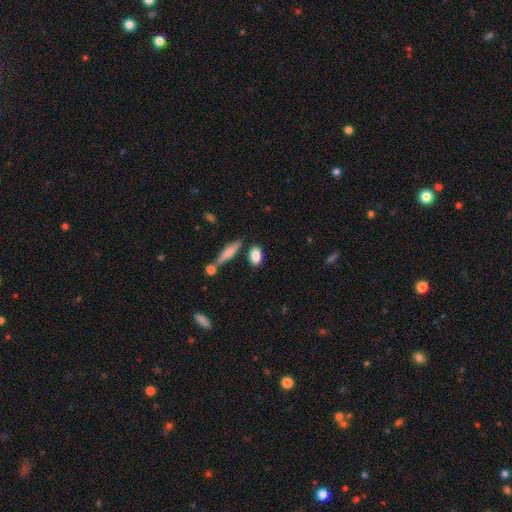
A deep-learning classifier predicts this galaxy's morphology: This appears to be a smooth galaxy with no disk features (83%) that is in between round and cigar-shaped (82%). Merging: none (76%).